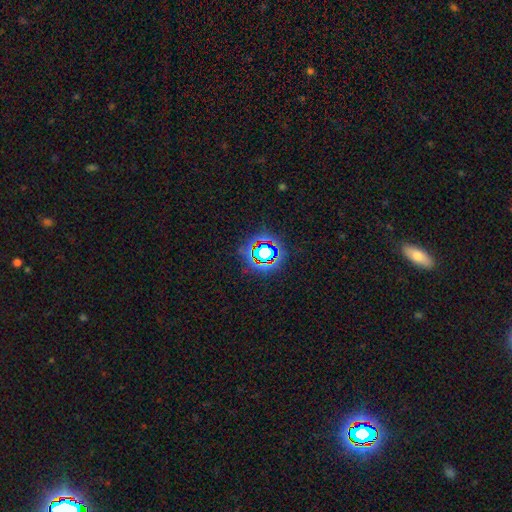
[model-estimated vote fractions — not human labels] smooth_or_featured: star or artifact (p=0.71) [alt: smooth p=0.19]